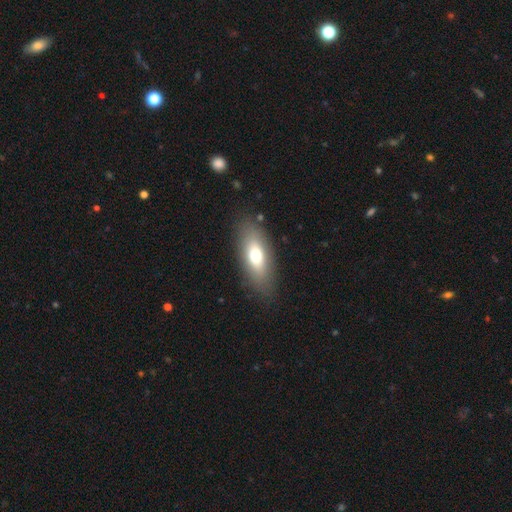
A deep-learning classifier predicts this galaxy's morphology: A smooth galaxy with no disk features (67%) that is in between round and cigar-shaped (78%). Merging: none (83%).